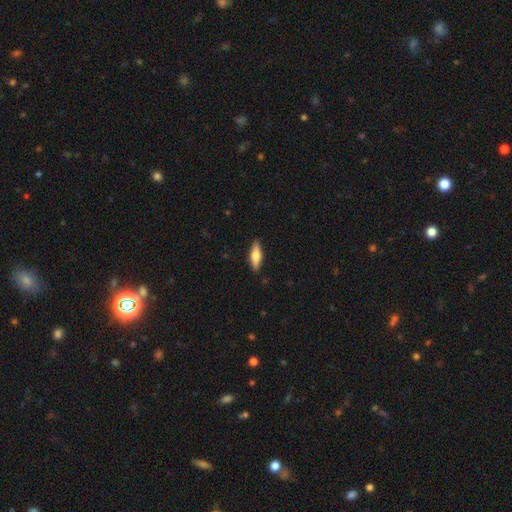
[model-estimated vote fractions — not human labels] Smooth or featured: smooth — 57% (featured or disk — 37%)
How rounded: cigar-shaped — 49% (in between — 48%)
Merging: none — 89% (minor disturbance — 8%)